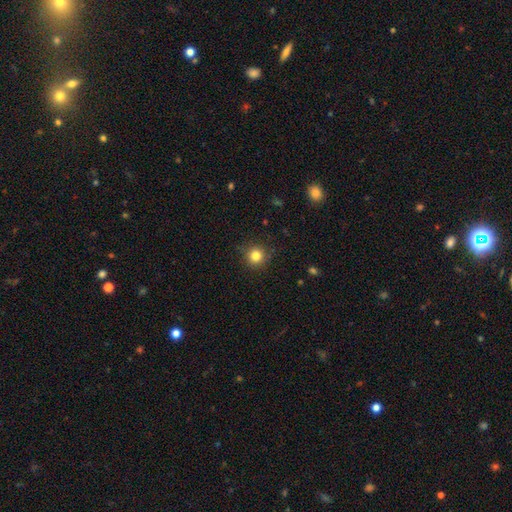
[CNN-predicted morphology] Smooth or featured?
  - smooth: 83% *
  - star or artifact: 12%
  - featured or disk: 5%
How rounded?
  - round: 94% *
  - in between: 5%
  - cigar-shaped: 1%
Merging?
  - none: 90% *
  - minor disturbance: 7%
  - major disturbance: 2%
  - merger: 1%